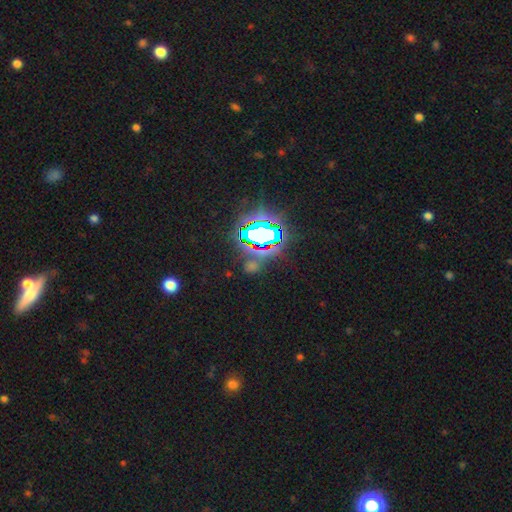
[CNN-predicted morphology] This is clearly a star or artifact rather than a galaxy (82%).